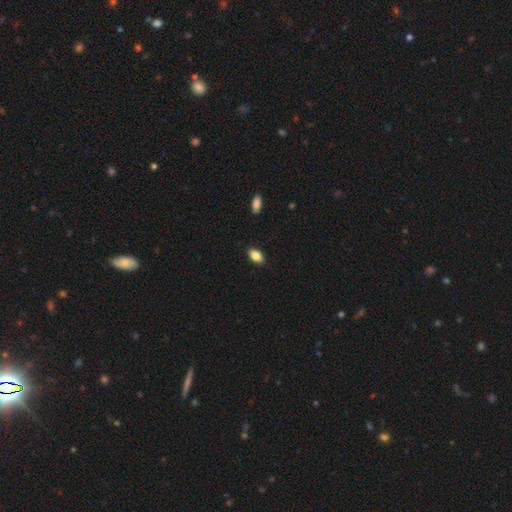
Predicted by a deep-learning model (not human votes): This is clearly a smooth galaxy (84%). How rounded: clearly in between (89%). Merging: clearly none (87%).